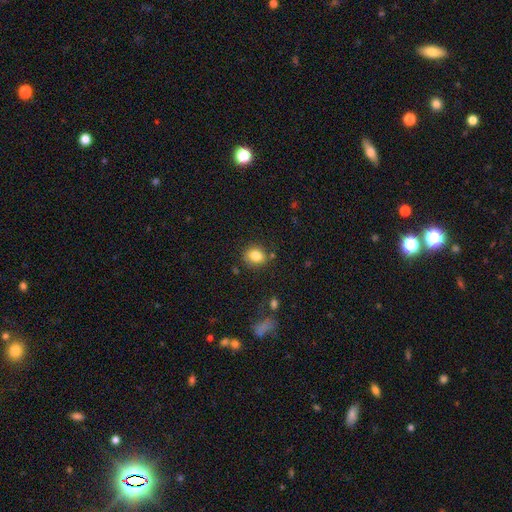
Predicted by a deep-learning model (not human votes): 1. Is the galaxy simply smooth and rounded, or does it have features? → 82% smooth, 10% star or artifact, 8% featured or disk.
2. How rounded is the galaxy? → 56% round, 43% in between, 1% cigar-shaped.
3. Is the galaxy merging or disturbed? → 80% none, 13% minor disturbance, 4% merger, 3% major disturbance.